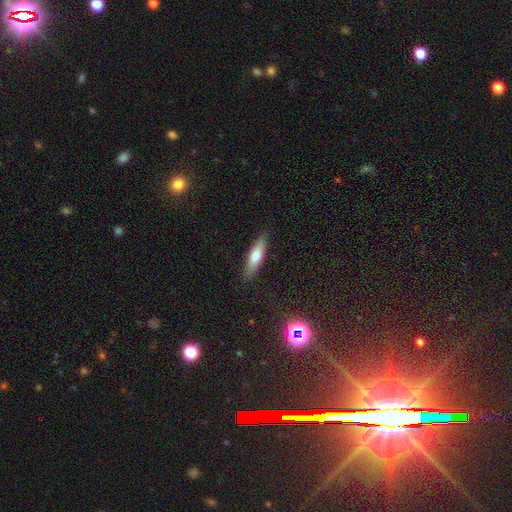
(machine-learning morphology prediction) This appears to be a smooth galaxy with no disk features (67%) that is cigar-shaped (68%). Merging: none (88%).